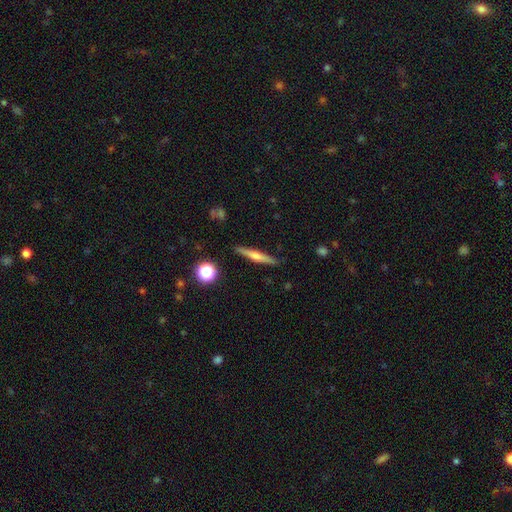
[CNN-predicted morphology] Q: Smooth or featured?
A: featured or disk (54%); runner-up: smooth (38%)
Q: Edge-on disk?
A: yes (97%); runner-up: no (3%)
Q: Edge-on bulge?
A: rounded (73%); runner-up: none (16%)
Q: Merging?
A: none (89%); runner-up: minor disturbance (7%)